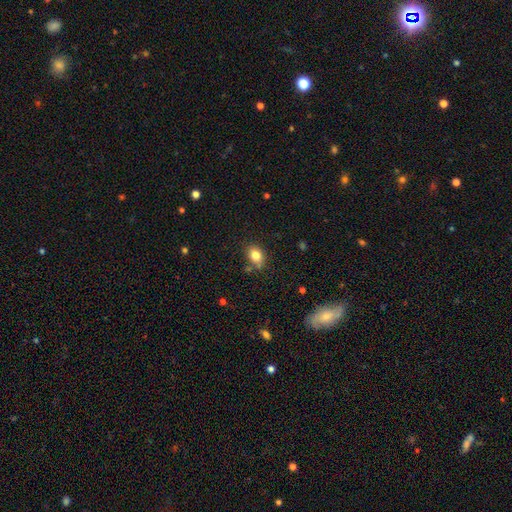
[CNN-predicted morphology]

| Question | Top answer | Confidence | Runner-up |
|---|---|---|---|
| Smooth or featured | smooth | 81% | star or artifact (10%) |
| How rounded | in between | 61% | round (37%) |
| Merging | none | 74% | minor disturbance (15%) |